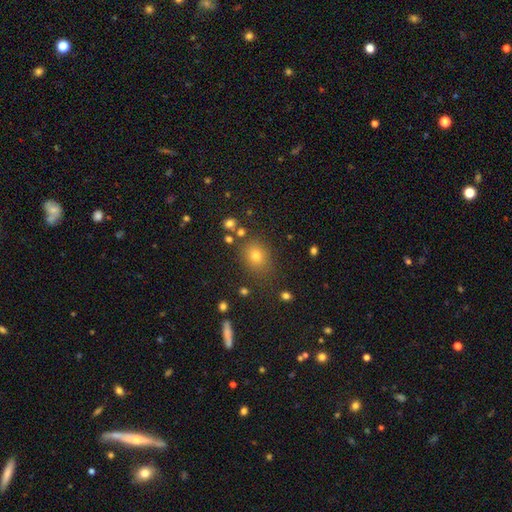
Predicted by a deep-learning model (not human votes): Q: Smooth or featured?
A: smooth (69%); runner-up: star or artifact (21%)
Q: How rounded?
A: round (55%); runner-up: in between (43%)
Q: Merging?
A: none (80%); runner-up: minor disturbance (11%)